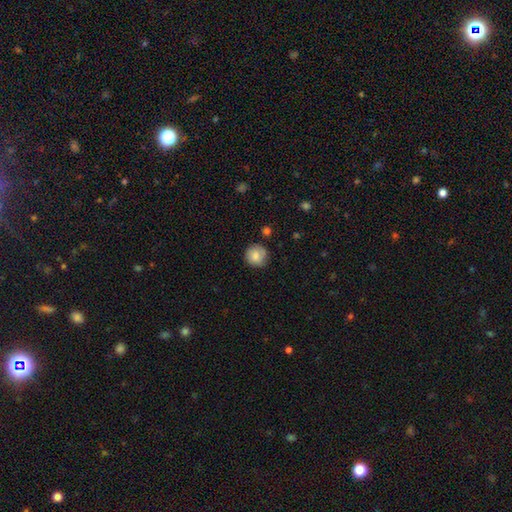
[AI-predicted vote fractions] Smooth or featured? smooth (82%)
How rounded? round (93%)
Merging? none (82%)